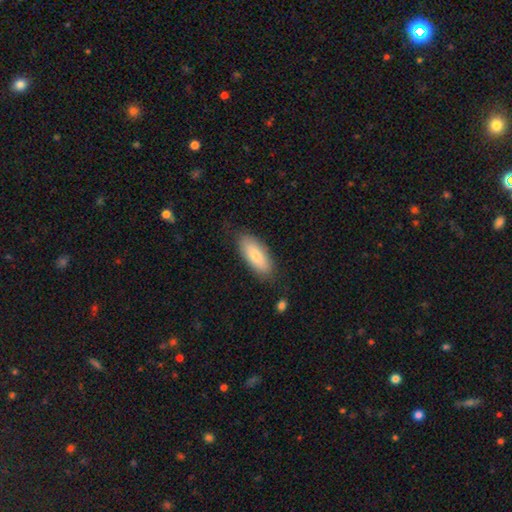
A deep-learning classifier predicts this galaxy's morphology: smooth-or-featured: smooth: 77% | featured or disk: 17% | star or artifact: 6%
  how-rounded: in between: 83% | cigar-shaped: 15% | round: 2%
  merging: none: 80% | minor disturbance: 15% | major disturbance: 3% | merger: 2%